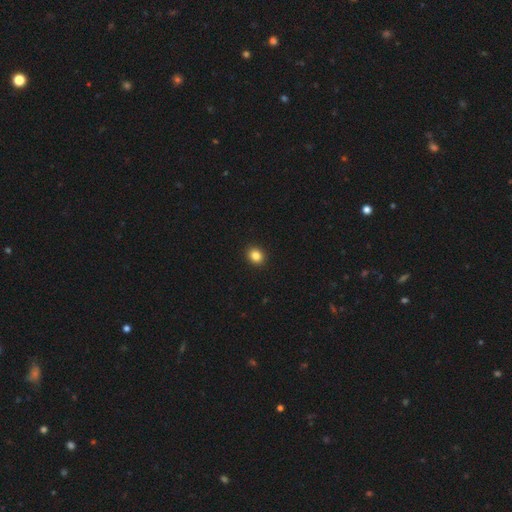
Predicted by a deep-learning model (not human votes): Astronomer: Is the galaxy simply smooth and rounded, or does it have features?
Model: smooth — 85%.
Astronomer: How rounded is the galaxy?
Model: round — 67%.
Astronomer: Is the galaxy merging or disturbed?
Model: none — 93%.